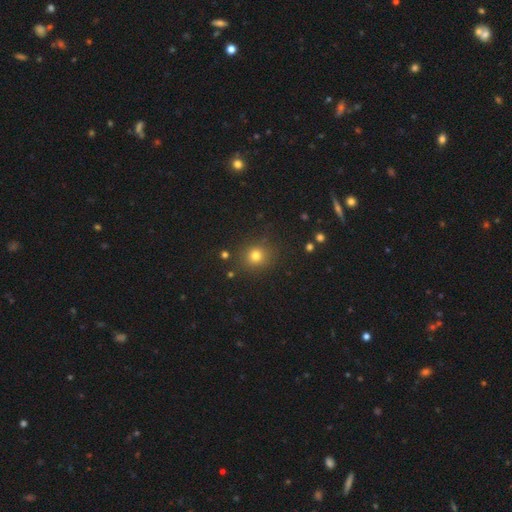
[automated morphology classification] Smooth or featured? Predicted: smooth (p=0.77). How rounded? Predicted: round (p=0.86). Merging? Predicted: none (p=0.86).